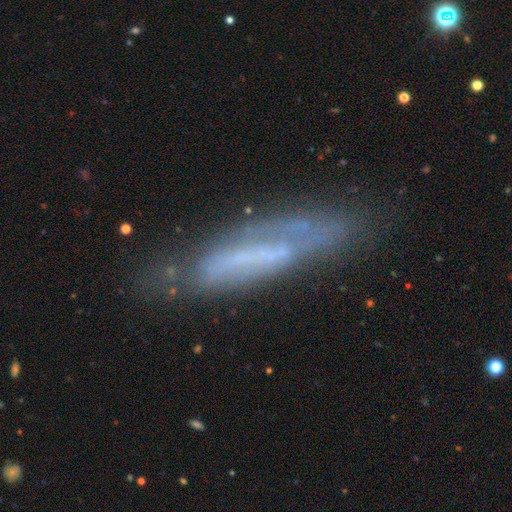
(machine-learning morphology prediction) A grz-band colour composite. It shows a featured or disk galaxy (62%) viewed edge-on (50%, tied with no). Merging: none (61%).